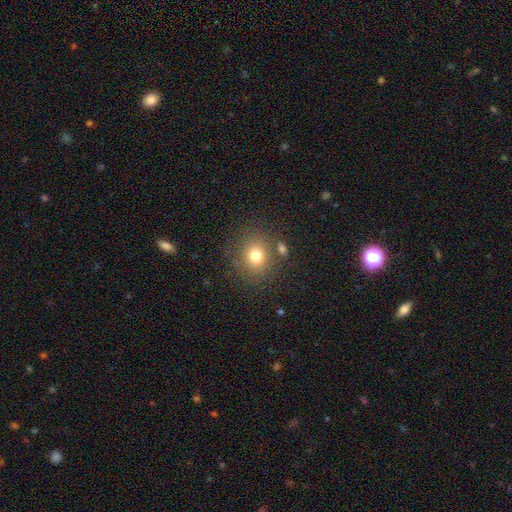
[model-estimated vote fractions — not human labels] Smooth or featured? smooth (76%)
How rounded? round (74%)
Merging? none (79%)